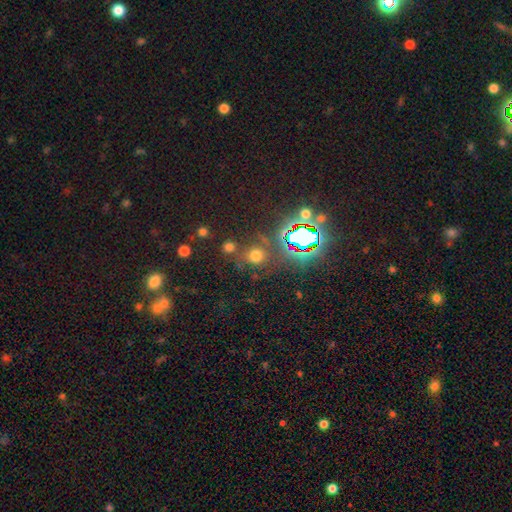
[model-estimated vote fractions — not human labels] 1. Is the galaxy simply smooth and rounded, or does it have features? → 57% smooth, 34% star or artifact, 9% featured or disk.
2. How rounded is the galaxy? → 86% round, 13% in between, 1% cigar-shaped.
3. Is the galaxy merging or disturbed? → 75% none, 10% minor disturbance, 9% merger, 6% major disturbance.